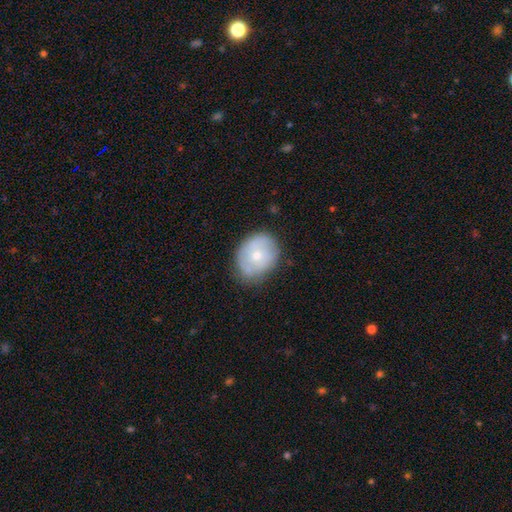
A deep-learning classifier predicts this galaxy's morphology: Smooth or featured? Predicted: smooth (p=0.51). How rounded? Predicted: round (p=0.52). Merging? Predicted: none (p=0.68).